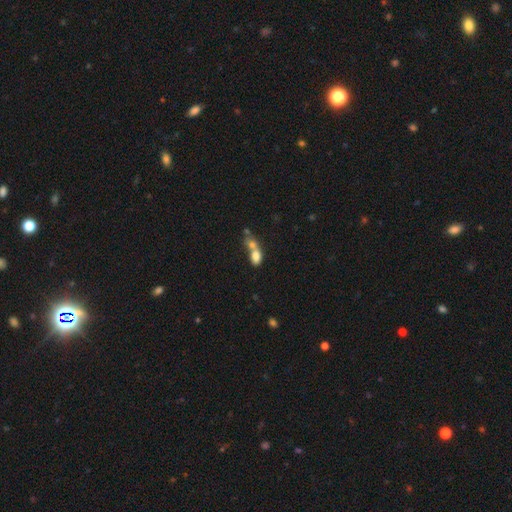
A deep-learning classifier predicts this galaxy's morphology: A smooth galaxy with no disk features (74%) that is in between round and cigar-shaped (73%). Merging: merger (68%).